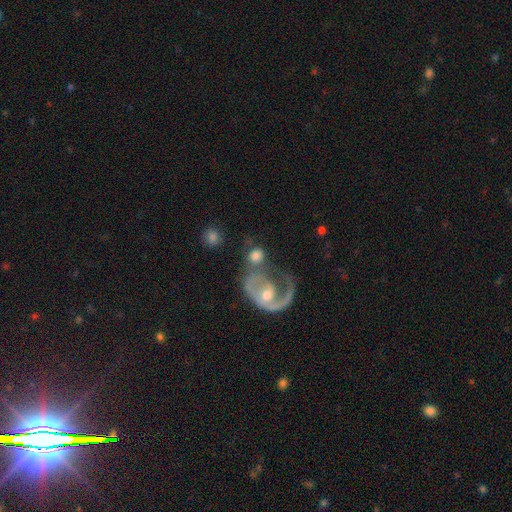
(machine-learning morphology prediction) This is possibly a smooth galaxy (56%). How rounded: likely round (72%). Merging: marginally merger (38%).